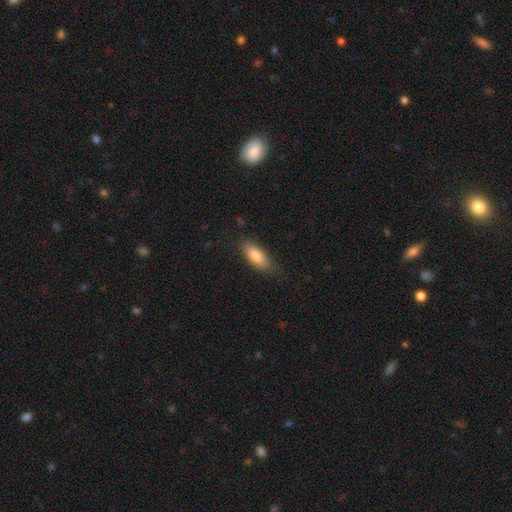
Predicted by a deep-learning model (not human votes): Morphology: type=smooth (81%); roundness=in between (76%); merging=none (76%).